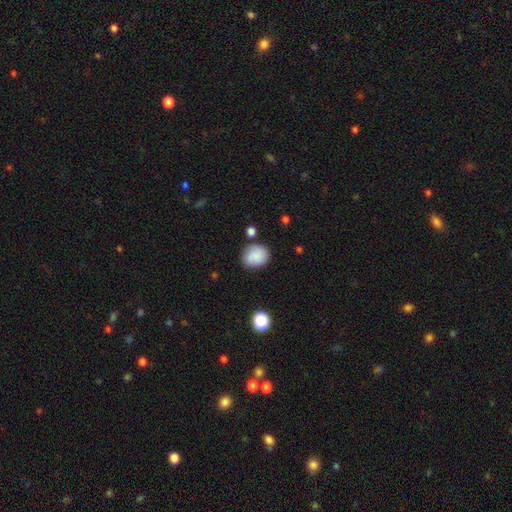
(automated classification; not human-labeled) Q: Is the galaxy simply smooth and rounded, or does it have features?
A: smooth — 82%.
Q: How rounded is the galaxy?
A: round — 67%.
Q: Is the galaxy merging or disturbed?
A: none — 71%.